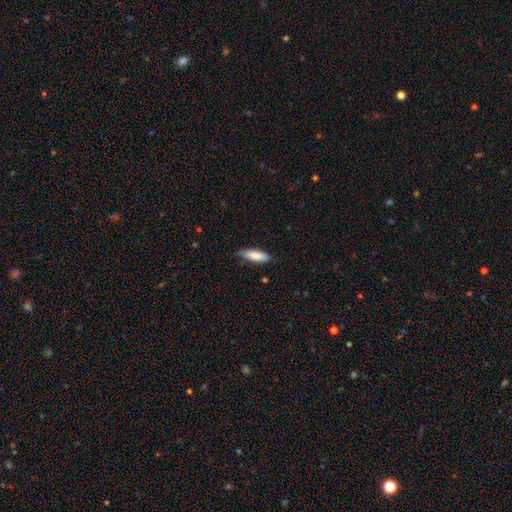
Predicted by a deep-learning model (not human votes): This appears to be a smooth galaxy with no disk features (83%) that is in between round and cigar-shaped (51%). Merging: none (76%).